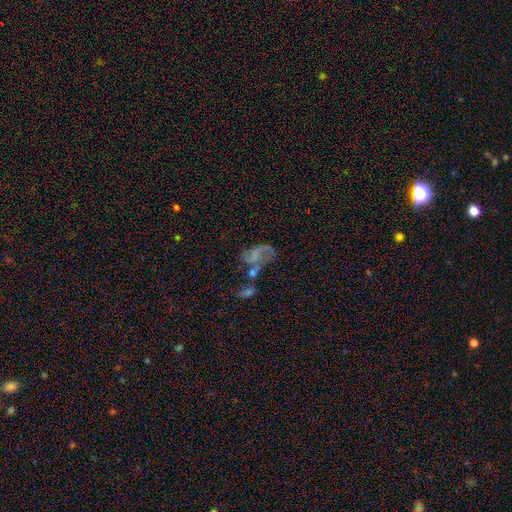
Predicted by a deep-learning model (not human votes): Q: Smooth or featured?
A: featured or disk (55%); runner-up: smooth (30%)
Q: Edge-on disk?
A: no (97%); runner-up: yes (3%)
Q: Bar?
A: no (70%); runner-up: weak (23%)
Q: Spiral arms?
A: yes (58%); runner-up: no (42%)
Q: Bulge size?
A: none (68%); runner-up: small (18%)
Q: Merging?
A: major disturbance (32%); runner-up: merger (30%)